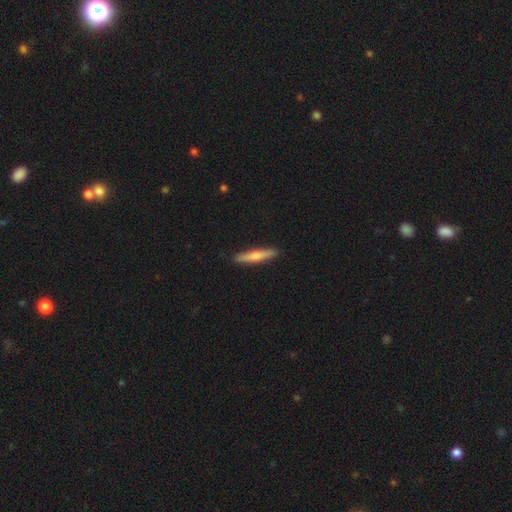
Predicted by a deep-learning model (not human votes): A smooth galaxy with no disk features (58%) that is cigar-shaped (91%).

Vote fractions:
- Smooth or featured? smooth: 58% / featured or disk: 37% / star or artifact: 5%
- How rounded? cigar-shaped: 91% / in between: 7% / round: 2%
- Merging? none: 91% / minor disturbance: 6% / major disturbance: 1% / merger: 1%